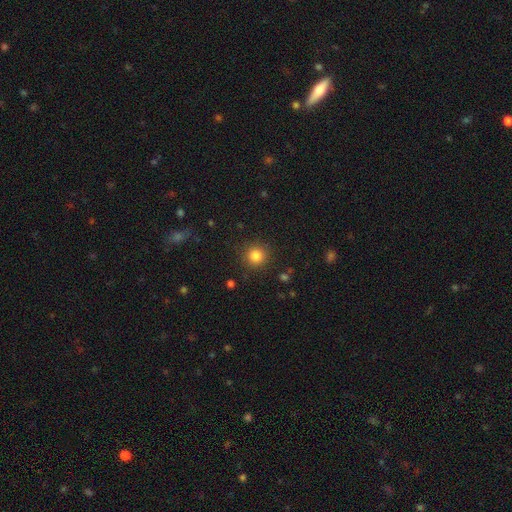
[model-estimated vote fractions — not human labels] smooth-or-featured: smooth: 83% | star or artifact: 12% | featured or disk: 5%
  how-rounded: round: 94% | in between: 6% | cigar-shaped: 1%
  merging: none: 89% | minor disturbance: 7% | major disturbance: 3% | merger: 1%